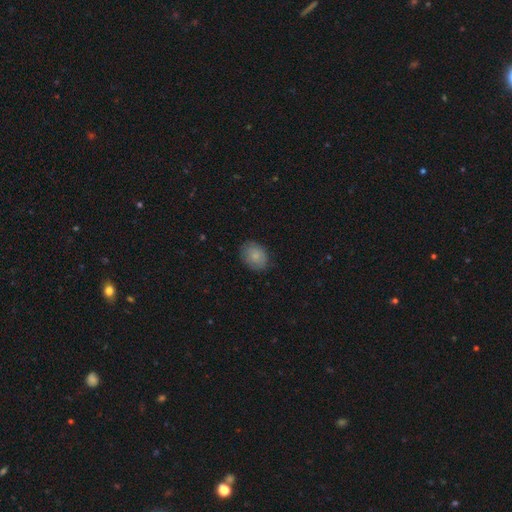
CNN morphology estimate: Smooth or featured: smooth — 80% (featured or disk — 12%)
How rounded: in between — 66% (round — 33%)
Merging: none — 79% (minor disturbance — 17%)